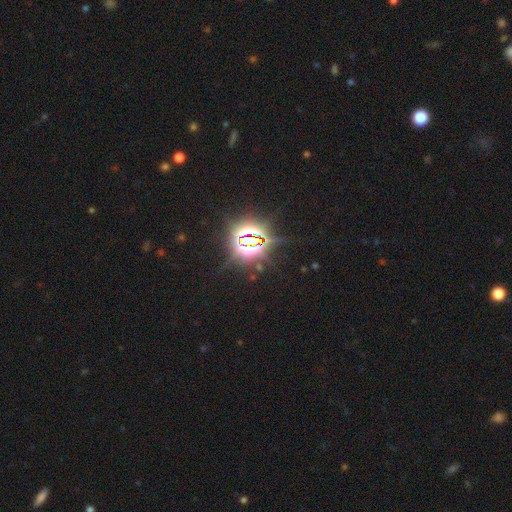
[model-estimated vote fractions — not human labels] Smooth or featured?
  - star or artifact: 85% *
  - smooth: 9%
  - featured or disk: 6%